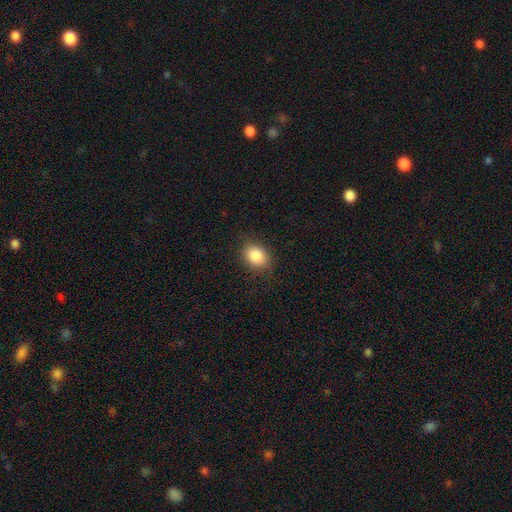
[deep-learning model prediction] Morphology: type=smooth (86%); roundness=in between (62%); merging=none (86%).